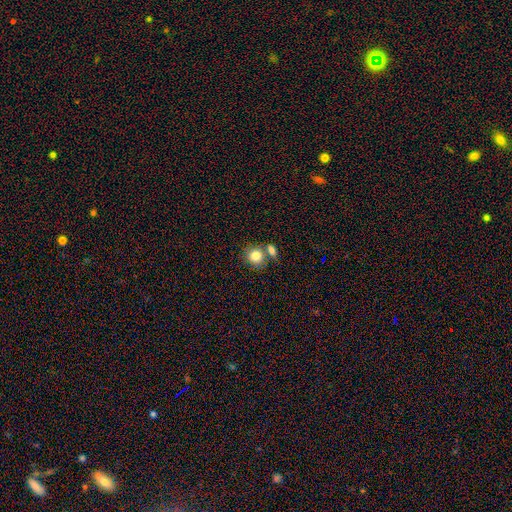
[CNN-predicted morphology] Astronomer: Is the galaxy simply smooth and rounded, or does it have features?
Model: smooth — 83%.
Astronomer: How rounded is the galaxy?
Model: round — 78%.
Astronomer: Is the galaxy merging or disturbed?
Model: none — 54% (runner-up: merger, 32%).